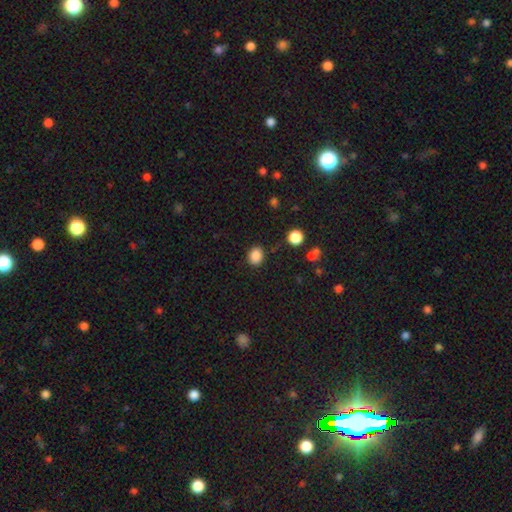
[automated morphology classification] Q: Smooth or featured?
A: smooth (86%); runner-up: star or artifact (11%)
Q: How rounded?
A: round (50%); runner-up: in between (49%)
Q: Merging?
A: none (82%); runner-up: minor disturbance (12%)